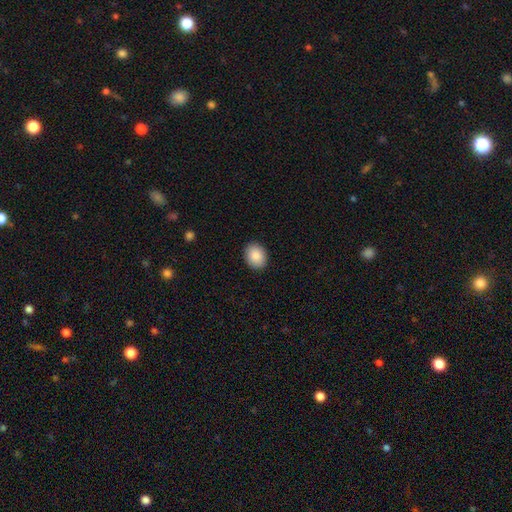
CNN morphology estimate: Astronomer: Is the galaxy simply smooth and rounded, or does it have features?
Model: smooth — 88%.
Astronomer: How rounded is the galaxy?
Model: in between — 54% (runner-up: round, 45%).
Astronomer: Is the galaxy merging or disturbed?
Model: none — 90%.